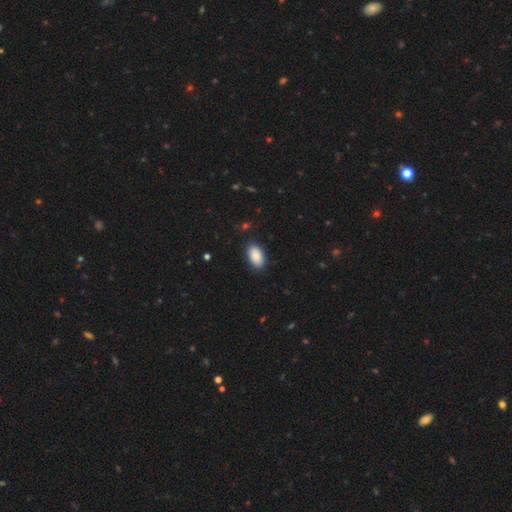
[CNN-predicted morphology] A smooth galaxy with no disk features (89%) that is in between round and cigar-shaped (95%).

Vote fractions:
- Smooth or featured? smooth: 89% / star or artifact: 7% / featured or disk: 4%
- How rounded? in between: 95% / round: 4% / cigar-shaped: 2%
- Merging? none: 88% / minor disturbance: 9% / major disturbance: 2% / merger: 1%